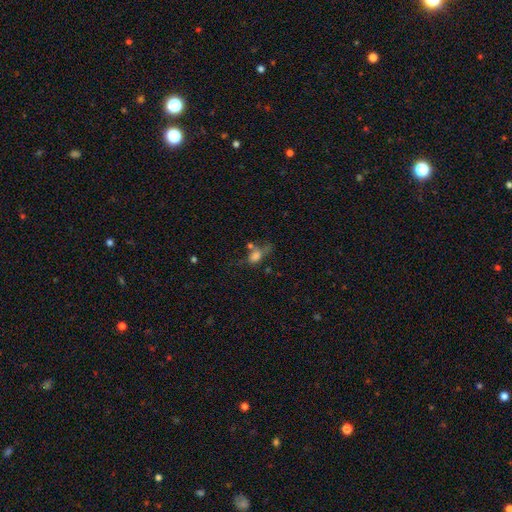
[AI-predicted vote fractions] Smooth or featured? Predicted: smooth (p=0.71). How rounded? Predicted: in between (p=0.70). Merging? Predicted: none (p=0.32).